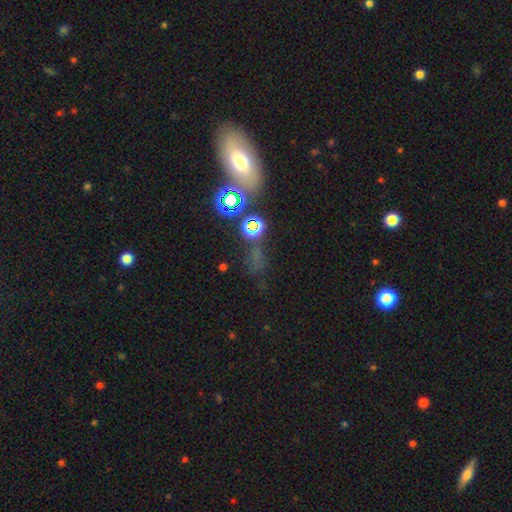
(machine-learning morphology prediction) Smooth or featured? smooth (46%)
Merging? none (58%)